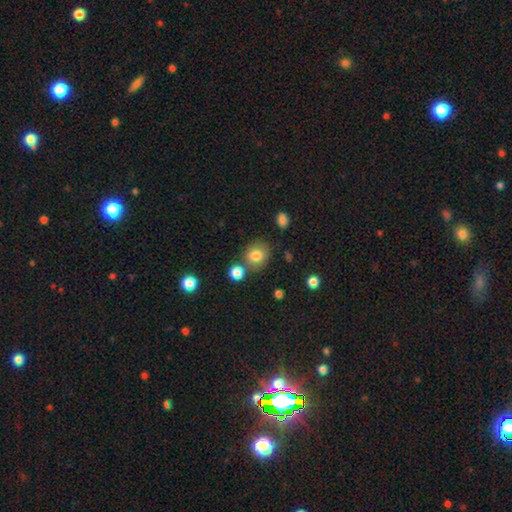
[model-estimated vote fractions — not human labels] A smooth galaxy with no disk features (82%) that is round (78%). Merging: none (71%).